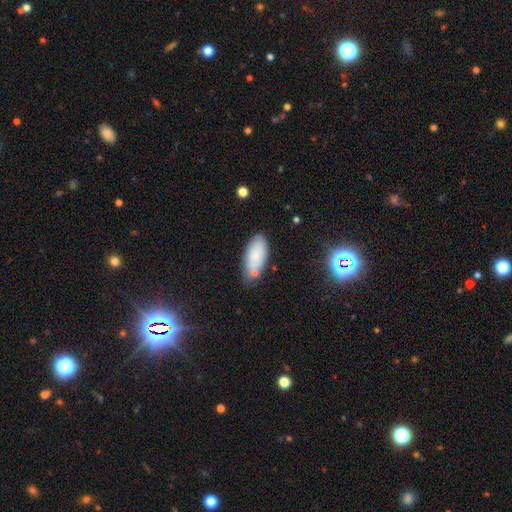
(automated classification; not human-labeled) Smooth or featured? Predicted: smooth (p=0.76). How rounded? Predicted: in between (p=0.88). Merging? Predicted: none (p=0.66).